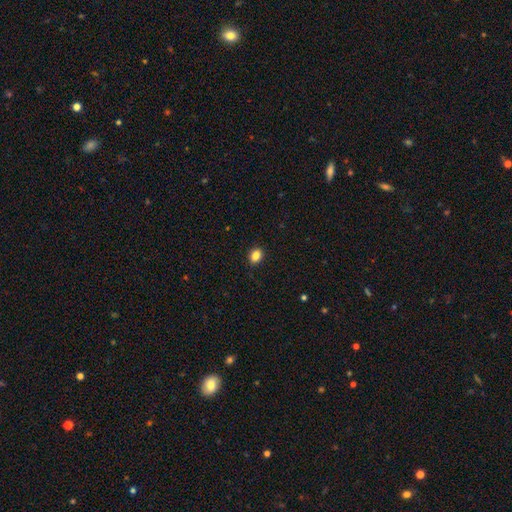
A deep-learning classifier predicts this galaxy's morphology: The model was most divided on "how rounded": in between: 58%, round: 41%, cigar-shaped: 1%. More confident: merging — none (90%); smooth or featured — smooth (86%).